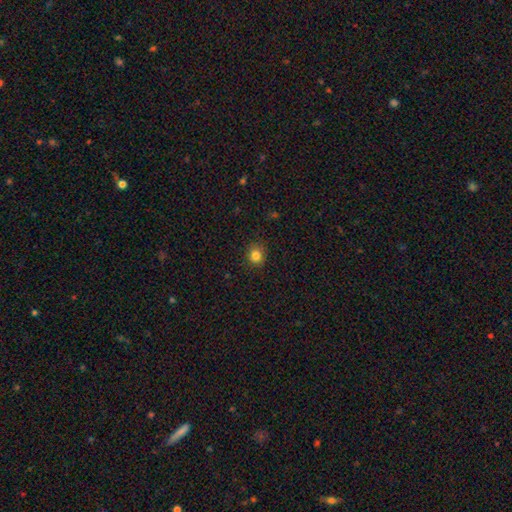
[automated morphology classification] Smooth or featured? Predicted: smooth (p=0.83). How rounded? Predicted: round (p=0.82). Merging? Predicted: none (p=0.89).